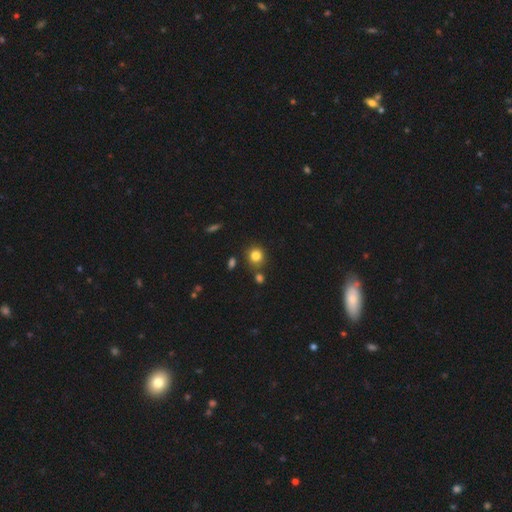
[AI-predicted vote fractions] The model was most divided on "merging": none: 77%, merger: 10%, minor disturbance: 10%, major disturbance: 3%. More confident: how rounded — round (86%); smooth or featured — smooth (81%).